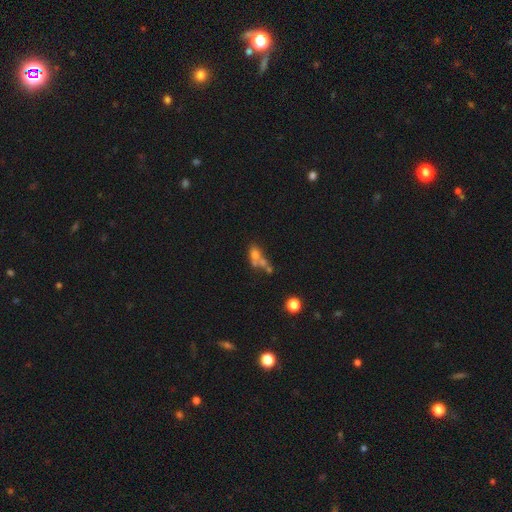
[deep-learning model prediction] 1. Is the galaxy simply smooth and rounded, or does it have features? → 53% smooth, 27% featured or disk, 20% star or artifact.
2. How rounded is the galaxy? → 50% in between, 45% round, 5% cigar-shaped.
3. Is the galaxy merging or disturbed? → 52% merger, 29% none, 10% minor disturbance, 10% major disturbance.